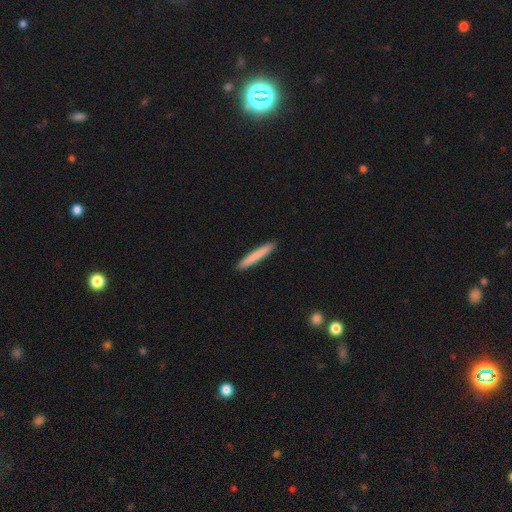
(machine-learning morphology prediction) This is likely a smooth galaxy (80%). How rounded: clearly cigar-shaped (96%). Merging: clearly none (92%).